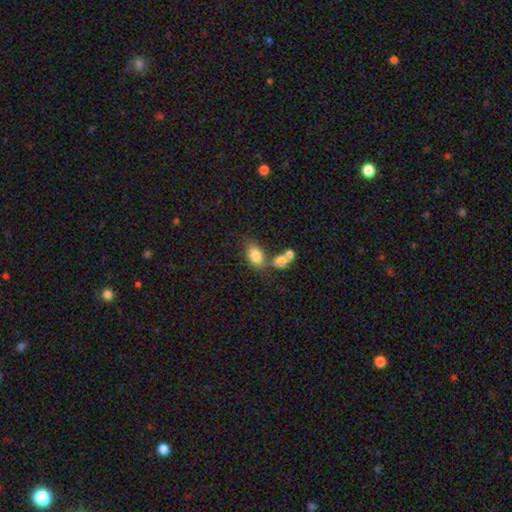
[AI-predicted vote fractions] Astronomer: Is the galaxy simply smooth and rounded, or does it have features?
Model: smooth — 80%.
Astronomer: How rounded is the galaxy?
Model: in between — 80%.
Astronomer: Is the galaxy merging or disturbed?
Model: none — 46% (runner-up: merger, 32%).